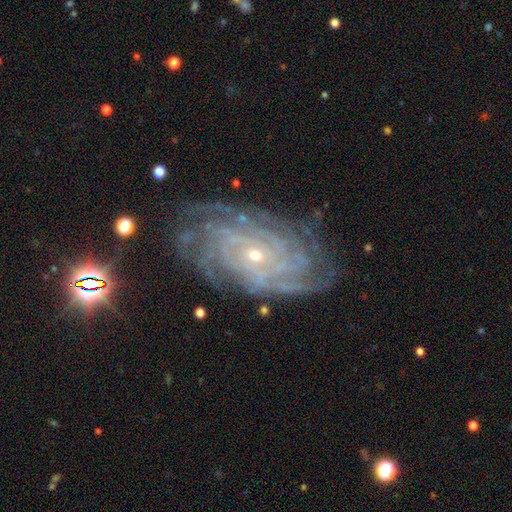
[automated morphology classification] Overall: featured or disk (90%). Edge-on disk: no (96%). Bar: no (75%). Spiral arms: yes (97%). Spiral arm count: can't tell (27%; more than 4 25%). Spiral winding: tight (77%). Bulge size: small (70%). Merging: none (74%).